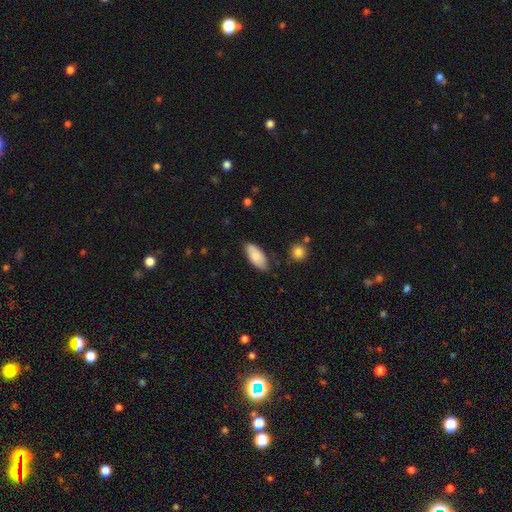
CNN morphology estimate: Smooth or featured? smooth (84%)
How rounded? in between (89%)
Merging? none (76%)